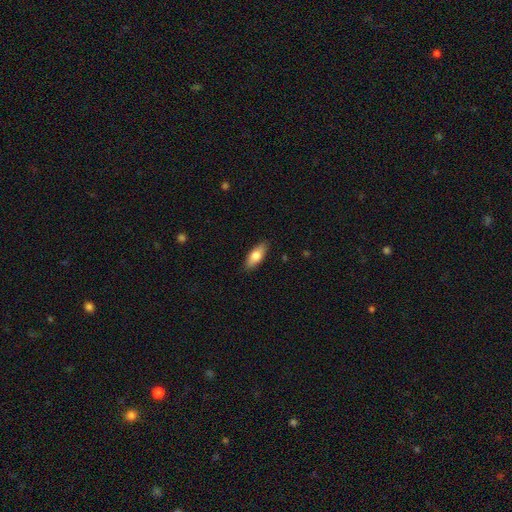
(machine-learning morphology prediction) This is likely a smooth galaxy (76%). How rounded: likely in between (79%). Merging: clearly none (88%).